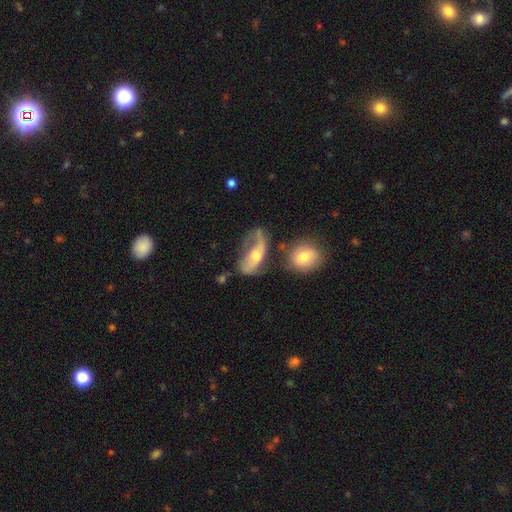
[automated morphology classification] Smooth or featured? Predicted: featured or disk (p=0.60). Edge-on disk? Predicted: no (p=0.89). Bar? Predicted: no (p=0.58). Spiral arms? Predicted: yes (p=0.71). Bulge size? Predicted: moderate (p=0.61). Merging? Predicted: major disturbance (p=0.34).